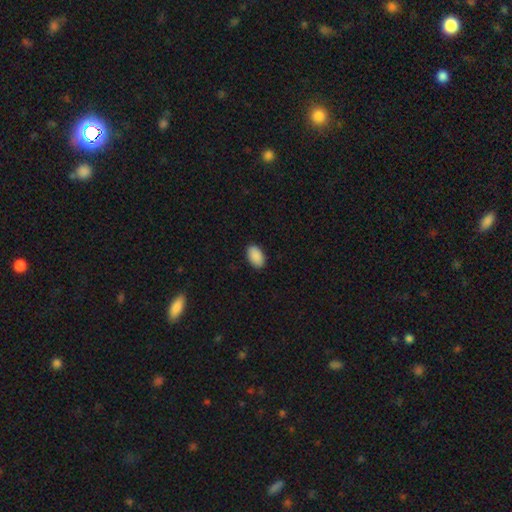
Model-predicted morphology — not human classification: A smooth galaxy with no disk features (91%) that is in between round and cigar-shaped (94%). Merging: none (89%).